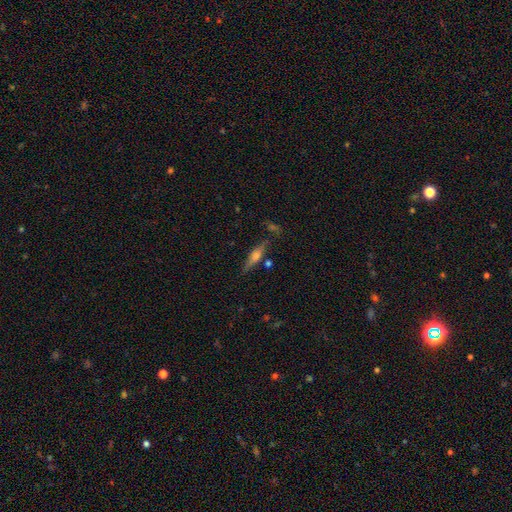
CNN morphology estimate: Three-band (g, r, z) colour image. It shows a featured or disk galaxy (60%) viewed edge-on (94%) with a rounded central bulge (85%). Merging: none (76%).